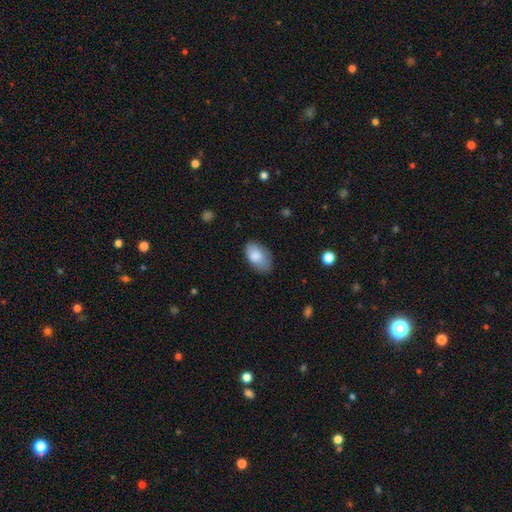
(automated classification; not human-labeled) Q: Smooth or featured?
A: smooth (84%); runner-up: featured or disk (10%)
Q: How rounded?
A: in between (93%); runner-up: round (6%)
Q: Merging?
A: none (75%); runner-up: minor disturbance (20%)